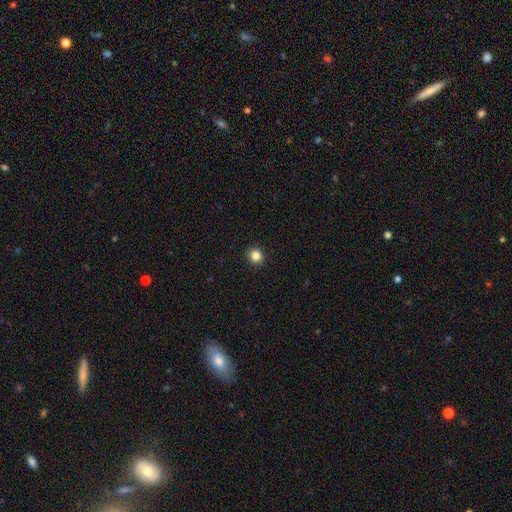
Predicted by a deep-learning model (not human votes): Morphology: type=smooth (84%); roundness=round (90%); merging=none (93%).